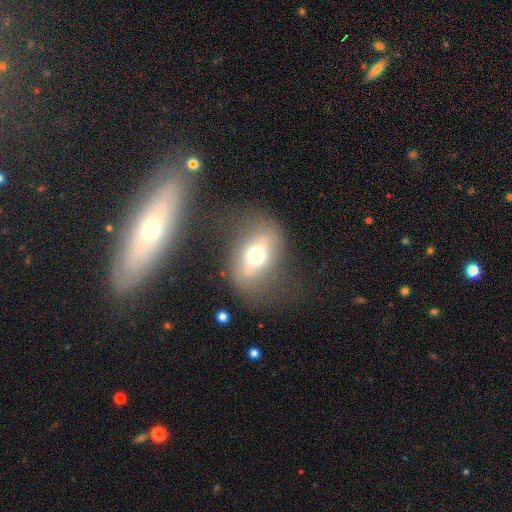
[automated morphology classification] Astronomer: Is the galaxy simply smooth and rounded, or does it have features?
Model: smooth — 54% (runner-up: featured or disk, 36%).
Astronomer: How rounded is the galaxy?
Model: in between — 71%.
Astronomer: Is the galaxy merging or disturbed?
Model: none — 68%.